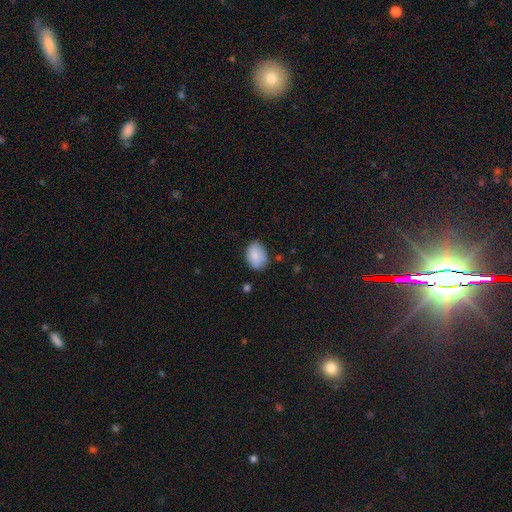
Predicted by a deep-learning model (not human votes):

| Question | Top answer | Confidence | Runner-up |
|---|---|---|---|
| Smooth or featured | smooth | 87% | star or artifact (7%) |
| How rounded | in between | 78% | round (21%) |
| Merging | none | 77% | minor disturbance (18%) |